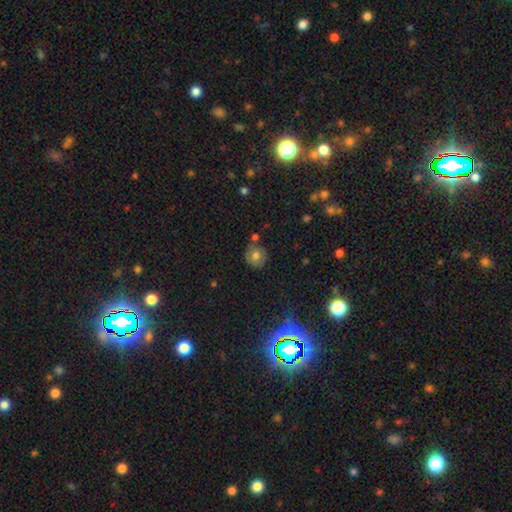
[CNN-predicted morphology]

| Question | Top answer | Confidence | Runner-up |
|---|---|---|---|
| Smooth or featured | smooth | 71% | featured or disk (17%) |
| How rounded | round | 88% | in between (11%) |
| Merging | none | 75% | minor disturbance (13%) |